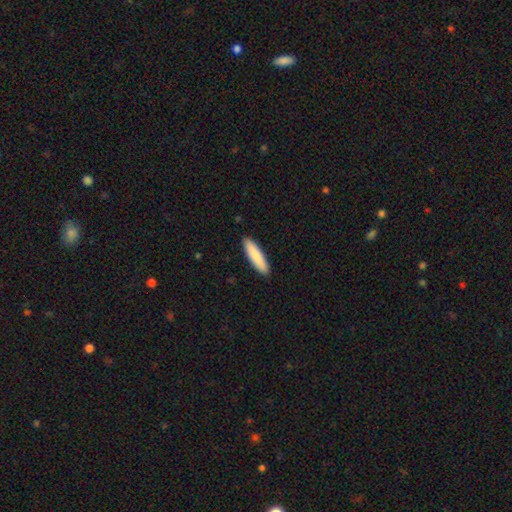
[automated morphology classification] The model was most divided on "how rounded": cigar-shaped: 74%, in between: 24%, round: 1%. More confident: merging — none (91%); smooth or featured — smooth (86%).